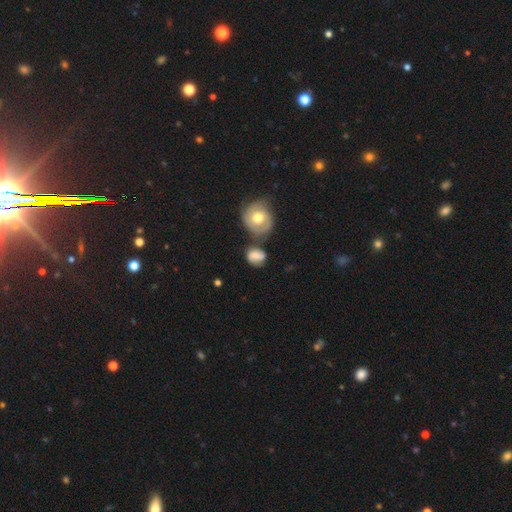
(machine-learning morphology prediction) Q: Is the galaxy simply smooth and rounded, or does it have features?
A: smooth — 64%.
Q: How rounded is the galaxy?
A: in between — 50%.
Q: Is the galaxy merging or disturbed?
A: none — 50%.